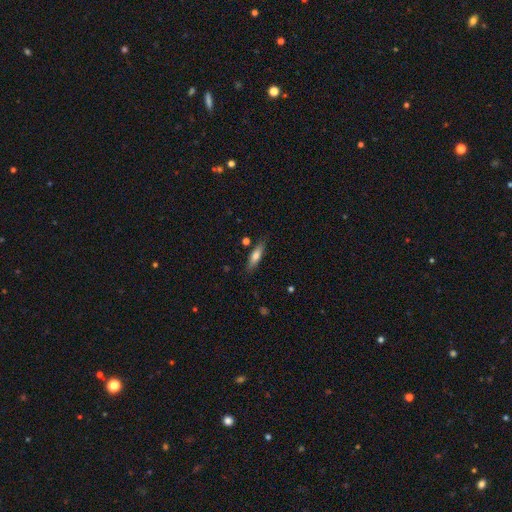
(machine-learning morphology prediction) Smooth or featured?
  - smooth: 62% *
  - featured or disk: 31%
  - star or artifact: 7%
How rounded?
  - cigar-shaped: 68% *
  - in between: 30%
  - round: 2%
Merging?
  - none: 83% *
  - minor disturbance: 12%
  - merger: 3%
  - major disturbance: 3%